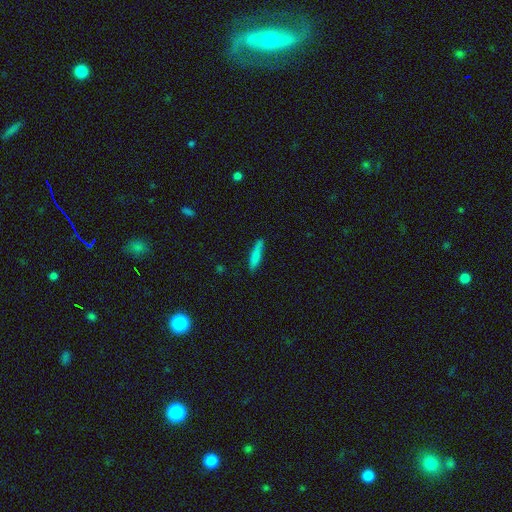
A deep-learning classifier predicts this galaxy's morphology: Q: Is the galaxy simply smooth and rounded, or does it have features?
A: smooth — 81%.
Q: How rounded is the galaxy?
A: cigar-shaped — 87%.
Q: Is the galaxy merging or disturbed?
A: none — 84%.